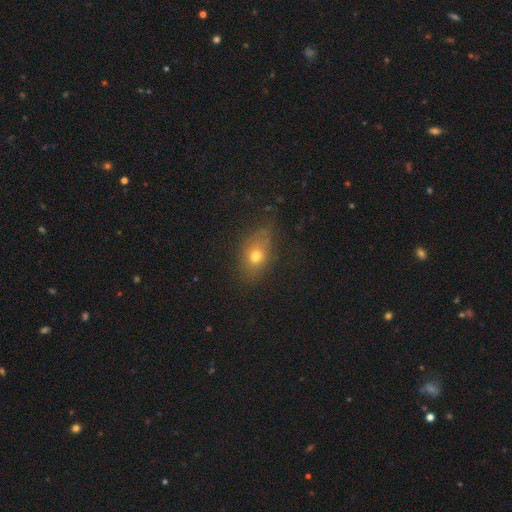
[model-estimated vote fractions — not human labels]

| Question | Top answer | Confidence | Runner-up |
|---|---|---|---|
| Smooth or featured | smooth | 67% | featured or disk (18%) |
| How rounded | in between | 73% | round (23%) |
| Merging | none | 71% | minor disturbance (20%) |